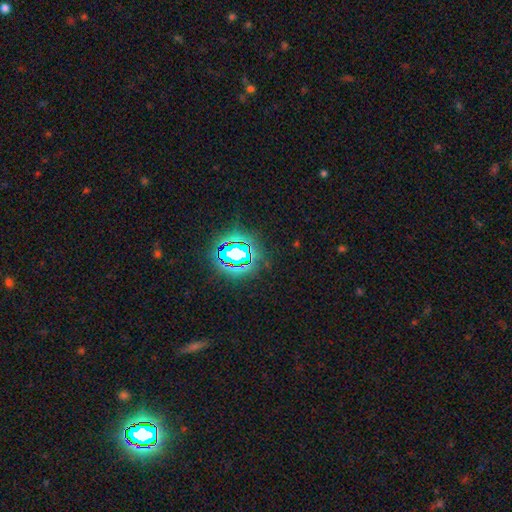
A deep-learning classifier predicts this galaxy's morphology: Overall: star or artifact (79%).